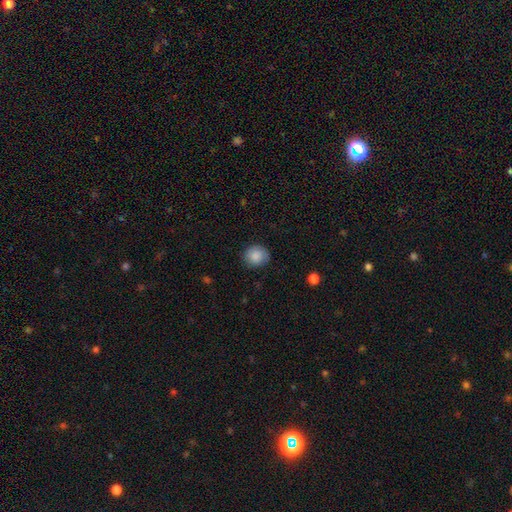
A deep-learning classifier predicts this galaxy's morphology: smooth-or-featured: smooth: 86% | star or artifact: 8% | featured or disk: 6%
  how-rounded: round: 80% | in between: 19% | cigar-shaped: 1%
  merging: none: 82% | minor disturbance: 14% | major disturbance: 3% | merger: 1%